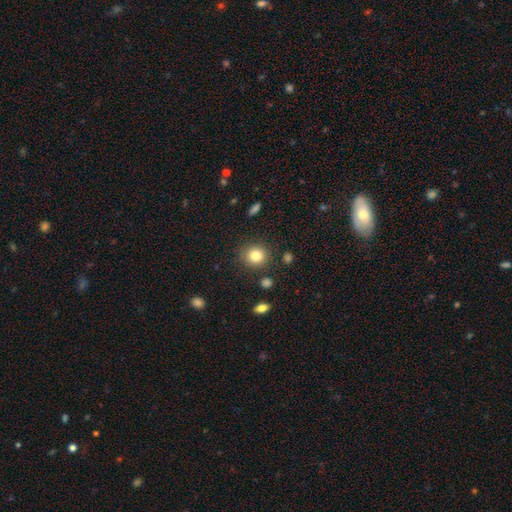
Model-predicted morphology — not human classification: Smooth or featured?
  - smooth: 82% *
  - star or artifact: 11%
  - featured or disk: 7%
How rounded?
  - round: 84% *
  - in between: 15%
  - cigar-shaped: 1%
Merging?
  - none: 86% *
  - minor disturbance: 9%
  - major disturbance: 3%
  - merger: 3%